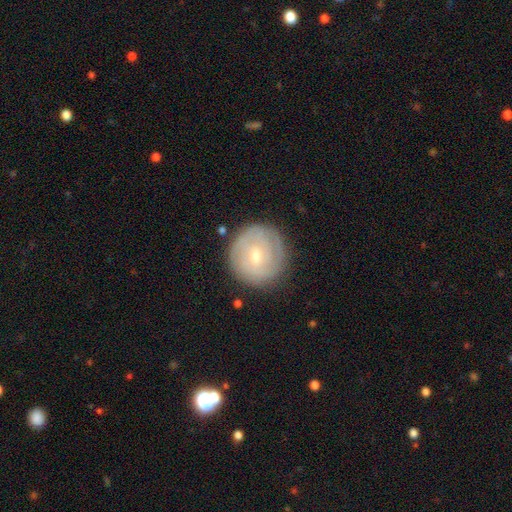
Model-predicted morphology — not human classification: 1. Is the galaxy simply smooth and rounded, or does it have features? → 62% featured or disk, 31% smooth, 7% star or artifact.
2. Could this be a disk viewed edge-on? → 97% no, 3% yes.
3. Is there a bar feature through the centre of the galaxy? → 54% no, 39% weak, 7% strong.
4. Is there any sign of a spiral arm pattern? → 81% yes, 19% no.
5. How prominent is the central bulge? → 53% small, 43% moderate, 2% large, 1% none, 1% dominant.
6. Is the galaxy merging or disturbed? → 83% none, 12% minor disturbance, 4% major disturbance, 1% merger.